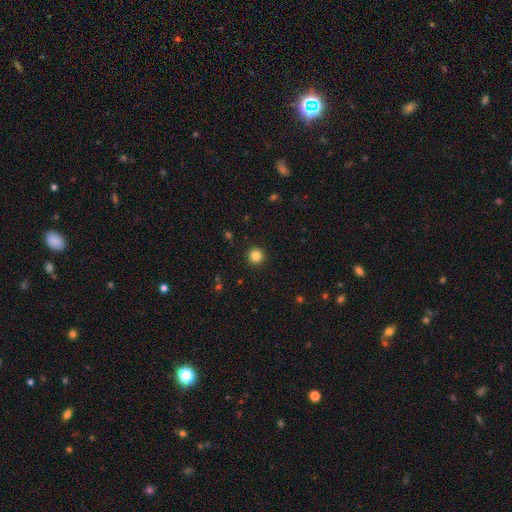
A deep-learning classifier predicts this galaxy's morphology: Q: Smooth or featured?
A: smooth (84%); runner-up: star or artifact (12%)
Q: How rounded?
A: round (96%); runner-up: in between (3%)
Q: Merging?
A: none (93%); runner-up: minor disturbance (4%)